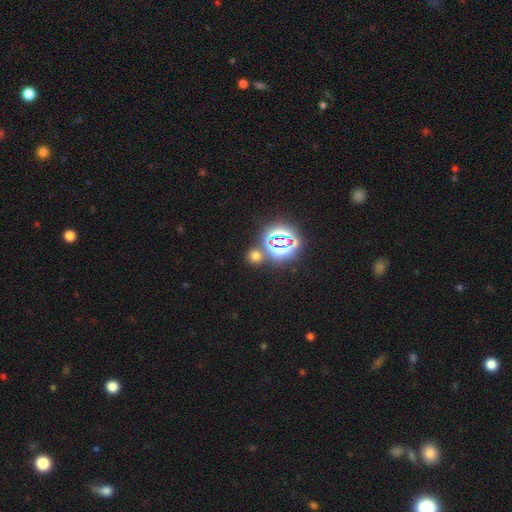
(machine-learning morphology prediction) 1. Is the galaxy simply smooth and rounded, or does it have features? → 53% smooth, 41% star or artifact, 7% featured or disk.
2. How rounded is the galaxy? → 83% round, 16% in between, 1% cigar-shaped.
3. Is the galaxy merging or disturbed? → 78% none, 12% merger, 7% minor disturbance, 3% major disturbance.